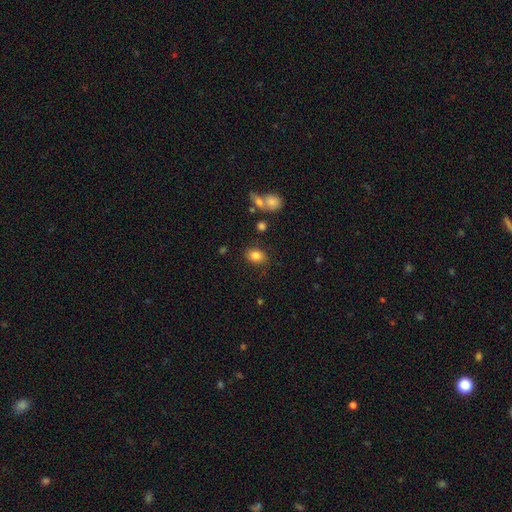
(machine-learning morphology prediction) Overall: smooth (82%). How rounded: in between (66%; round 33%). Merging: none (78%).